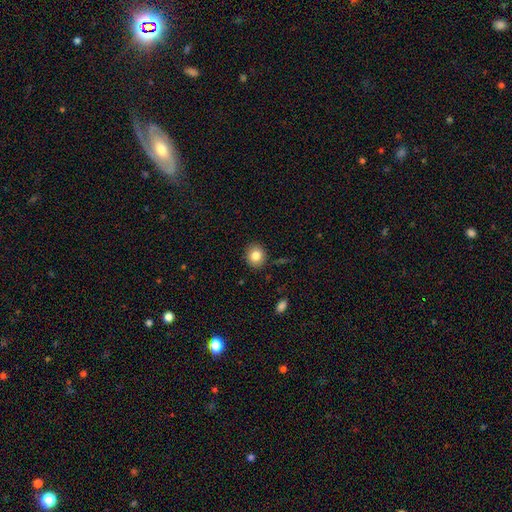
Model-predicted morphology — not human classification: type=smooth (83%); roundness=round (77%); merging=none (89%).